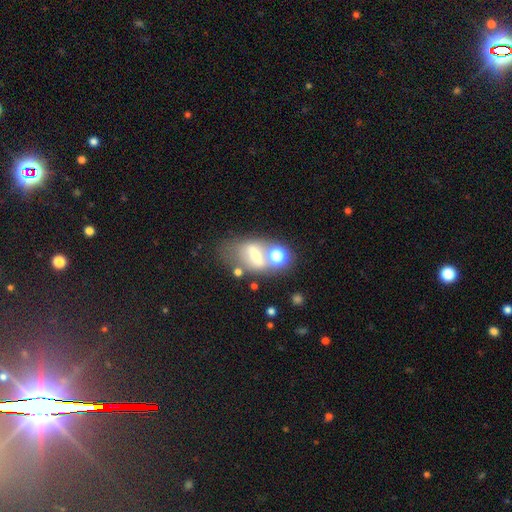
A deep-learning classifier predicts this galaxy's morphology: Smooth or featured? featured or disk (44%)
Merging? none (40%)